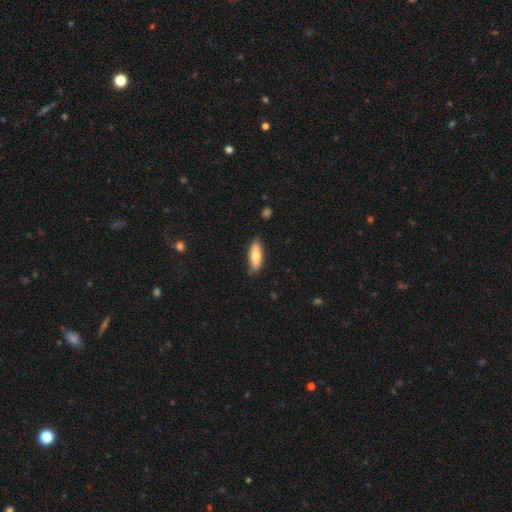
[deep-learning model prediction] This is likely a smooth galaxy (76%). How rounded: likely in between (64%). Merging: likely none (79%).